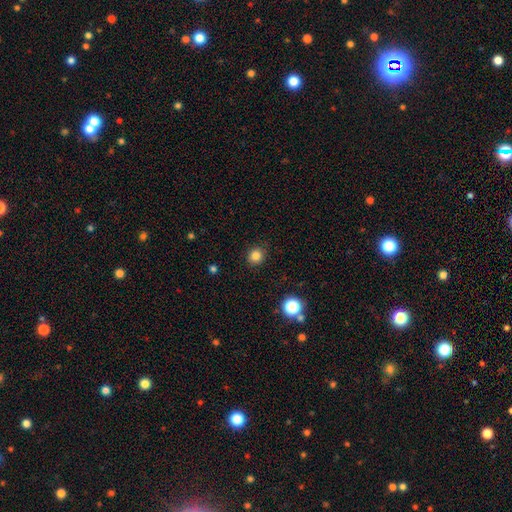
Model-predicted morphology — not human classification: This appears to be a smooth galaxy with no disk features (83%) that is round (87%). Merging: none (89%).